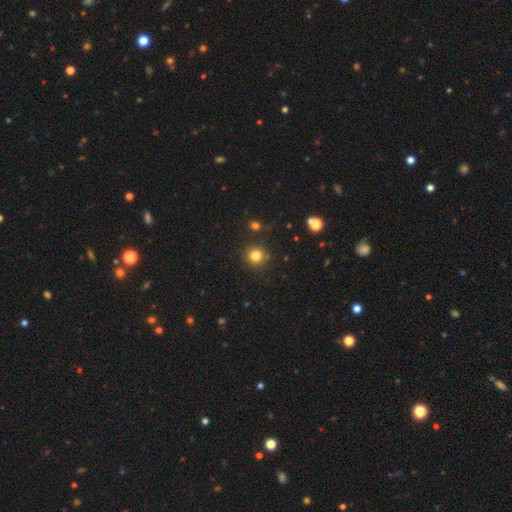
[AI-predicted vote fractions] smooth_or_featured: smooth (p=0.80) [alt: star or artifact p=0.14]
how_rounded: round (p=0.93) [alt: in between p=0.06]
merging: none (p=0.87) [alt: minor disturbance p=0.07]